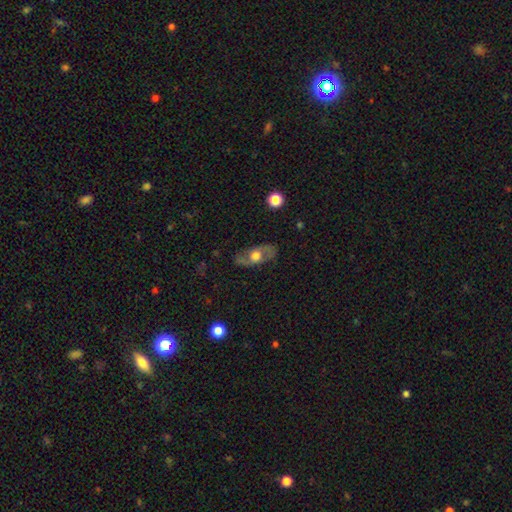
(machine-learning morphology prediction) Smooth or featured? Predicted: featured or disk (p=0.53). Edge-on disk? Predicted: no (p=0.70). Merging? Predicted: none (p=0.76).